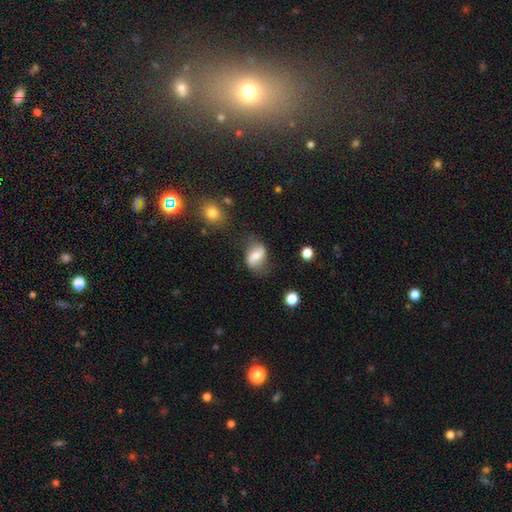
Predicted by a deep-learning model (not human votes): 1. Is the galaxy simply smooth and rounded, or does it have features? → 49% featured or disk, 43% smooth, 9% star or artifact.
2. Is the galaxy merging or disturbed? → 61% none, 23% minor disturbance, 11% major disturbance, 5% merger.